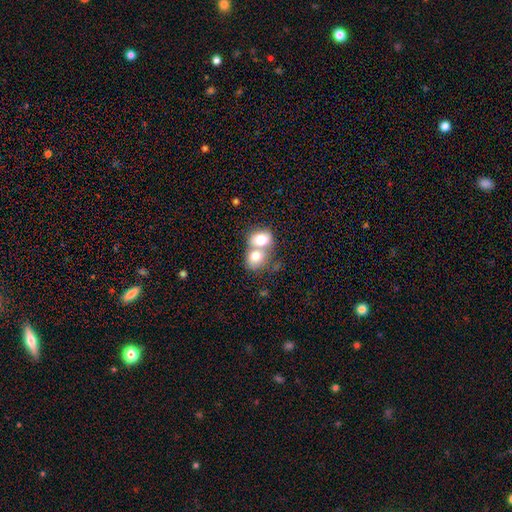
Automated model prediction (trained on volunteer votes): A smooth galaxy with no disk features (74%) that is round (51%).

Vote fractions:
- Smooth or featured? smooth: 74% / featured or disk: 18% / star or artifact: 8%
- How rounded? round: 51% / in between: 48% / cigar-shaped: 1%
- Merging? merger: 72% / none: 20% / minor disturbance: 6% / major disturbance: 3%